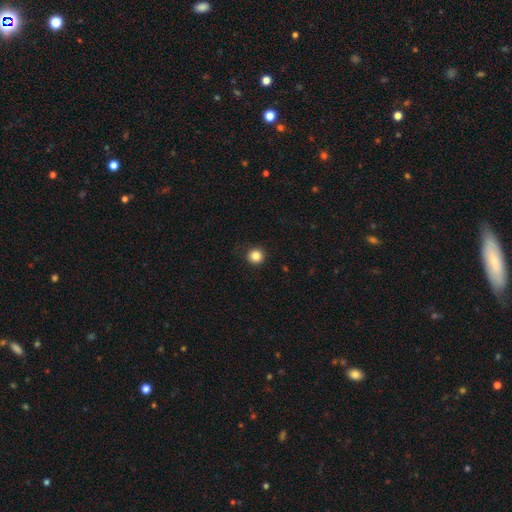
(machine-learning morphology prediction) This appears to be a smooth galaxy with no disk features (84%) that is round (94%). Merging: none (91%).